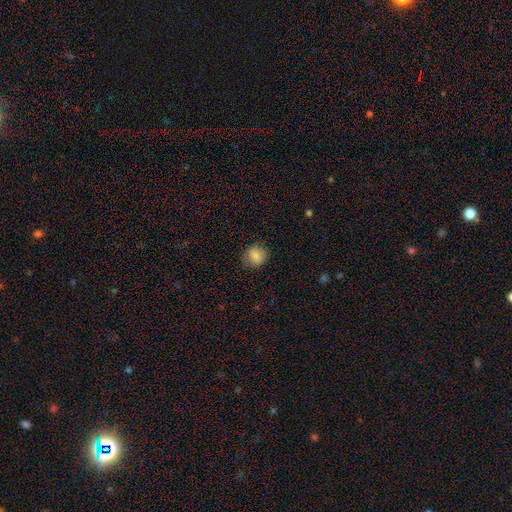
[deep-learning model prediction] Morphology: type=smooth (84%); roundness=round (79%); merging=none (79%).